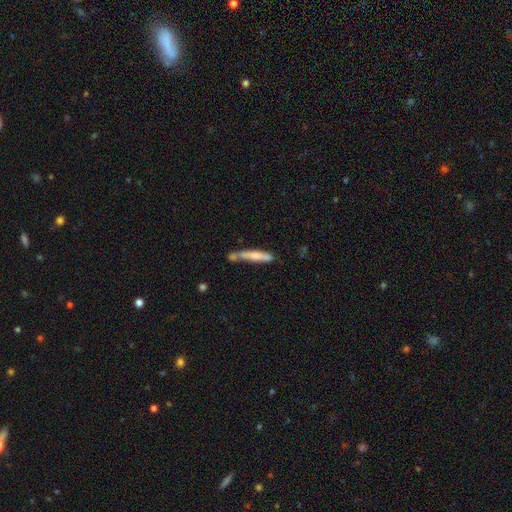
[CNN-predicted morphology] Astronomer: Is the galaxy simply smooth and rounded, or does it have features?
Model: smooth — 61%.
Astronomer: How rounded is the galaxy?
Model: cigar-shaped — 91%.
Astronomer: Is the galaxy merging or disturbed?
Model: none — 46% (runner-up: merger, 26%).